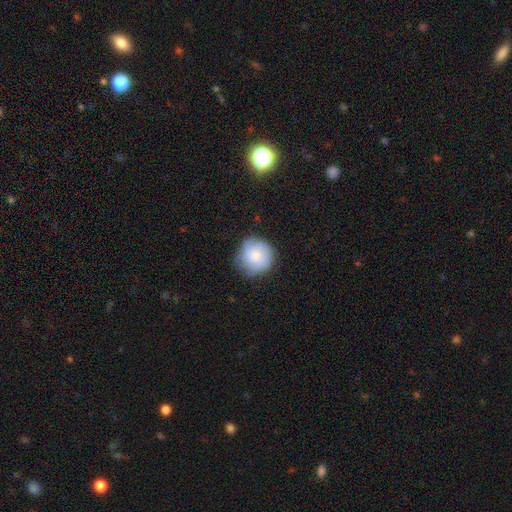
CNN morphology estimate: Smooth or featured? smooth (69%)
How rounded? round (92%)
Merging? none (72%)